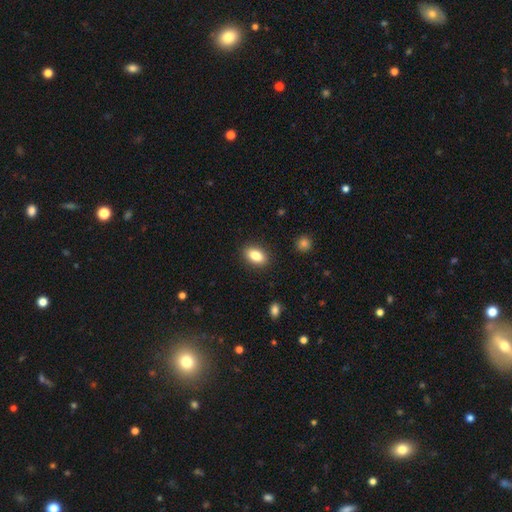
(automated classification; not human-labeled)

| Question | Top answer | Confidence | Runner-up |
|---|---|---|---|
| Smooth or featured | smooth | 85% | star or artifact (8%) |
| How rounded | in between | 89% | round (8%) |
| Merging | none | 89% | minor disturbance (8%) |